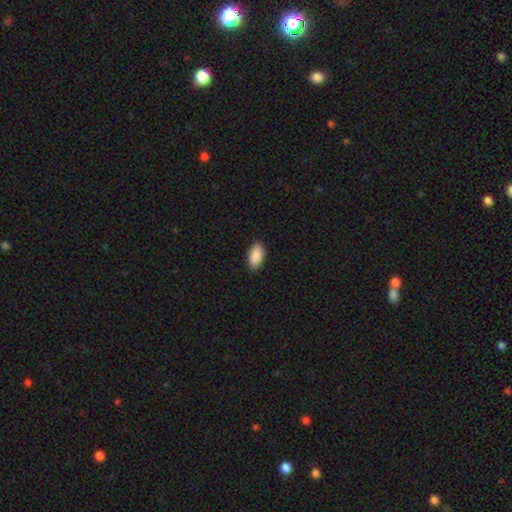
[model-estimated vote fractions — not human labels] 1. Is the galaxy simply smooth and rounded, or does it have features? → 91% smooth, 6% star or artifact, 3% featured or disk.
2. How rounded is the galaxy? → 95% in between, 3% cigar-shaped, 2% round.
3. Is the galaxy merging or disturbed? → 89% none, 8% minor disturbance, 2% major disturbance, 1% merger.